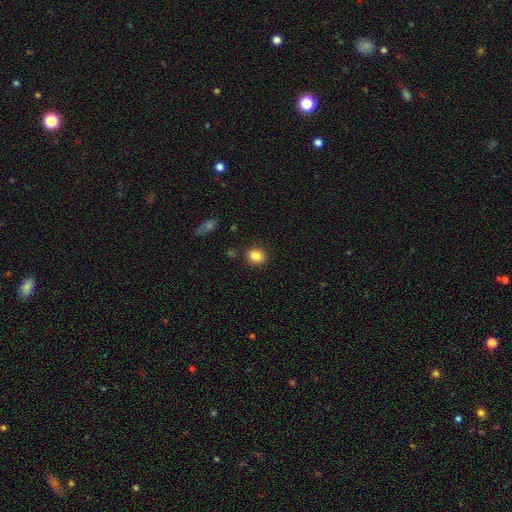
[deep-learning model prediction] Morphology: type=smooth (85%); roundness=round (66%); merging=none (86%).